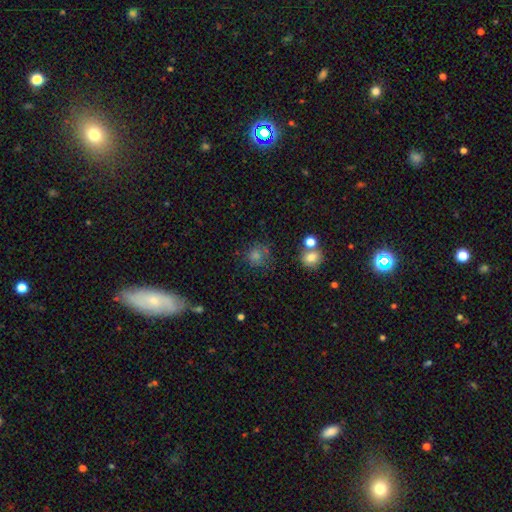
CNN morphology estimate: Overall: smooth (64%). How rounded: round (81%). Merging: none (65%).